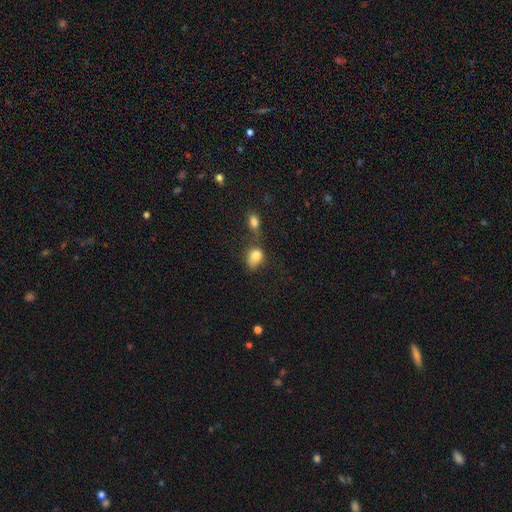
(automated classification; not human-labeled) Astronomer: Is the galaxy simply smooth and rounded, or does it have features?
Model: smooth — 81%.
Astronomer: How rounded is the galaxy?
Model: in between — 67%.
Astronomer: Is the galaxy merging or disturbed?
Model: none — 35% (runner-up: merger, 34%).